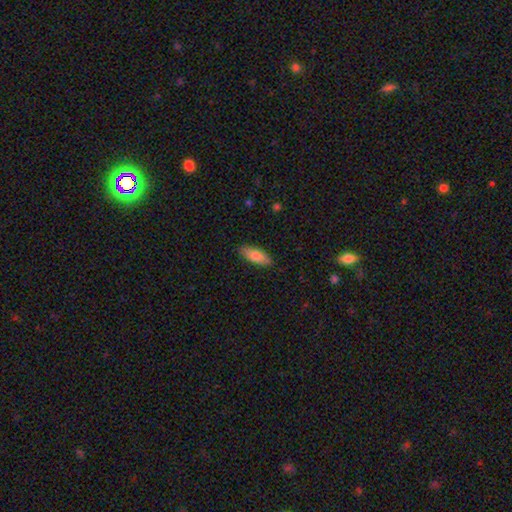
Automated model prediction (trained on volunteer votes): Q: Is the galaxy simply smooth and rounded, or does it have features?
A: smooth — 81%.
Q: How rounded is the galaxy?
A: in between — 77%.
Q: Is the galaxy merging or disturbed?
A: none — 86%.